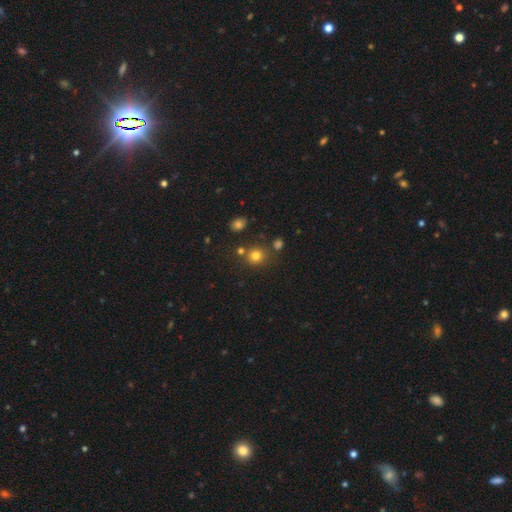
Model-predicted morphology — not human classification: smooth-or-featured: smooth: 76% | star or artifact: 16% | featured or disk: 7%
  how-rounded: round: 84% | in between: 15% | cigar-shaped: 1%
  merging: none: 74% | merger: 12% | minor disturbance: 10% | major disturbance: 4%